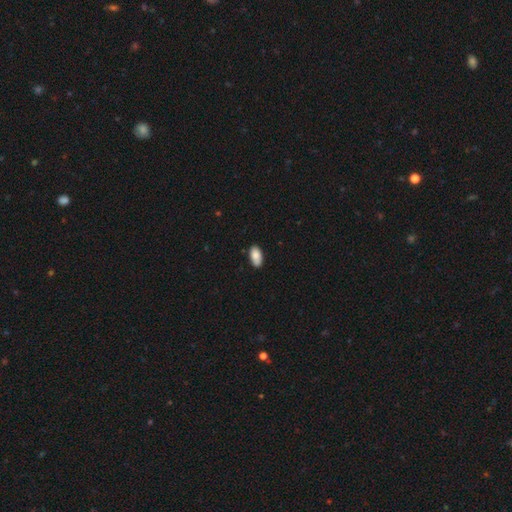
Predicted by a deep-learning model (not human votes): This is clearly a smooth galaxy (88%). How rounded: clearly in between (94%). Merging: clearly none (84%).